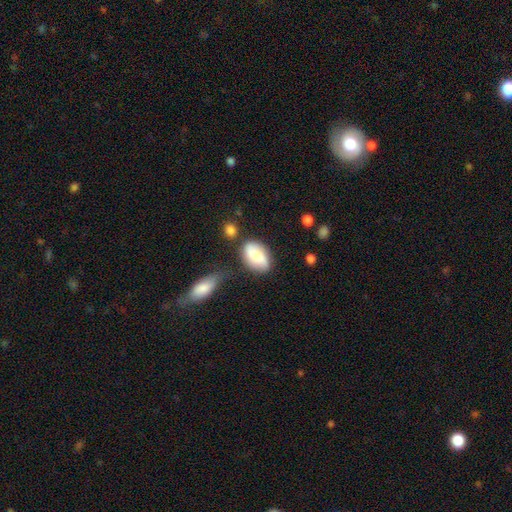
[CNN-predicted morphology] Smooth or featured? smooth (72%)
How rounded? in between (89%)
Merging? none (57%)